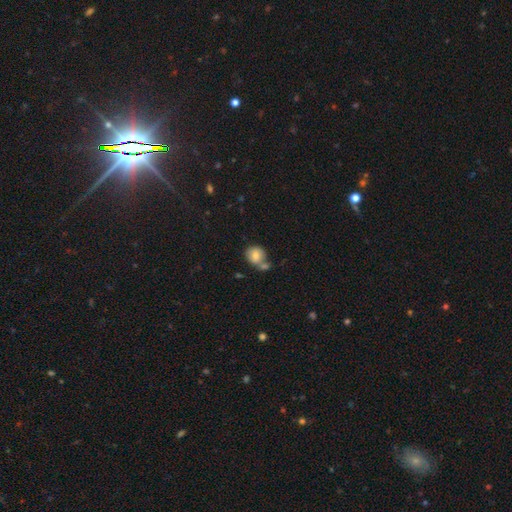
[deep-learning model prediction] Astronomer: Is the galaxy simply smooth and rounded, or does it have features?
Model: smooth — 78%.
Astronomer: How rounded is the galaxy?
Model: round — 77%.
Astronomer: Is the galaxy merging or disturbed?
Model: none — 47% (runner-up: merger, 34%).